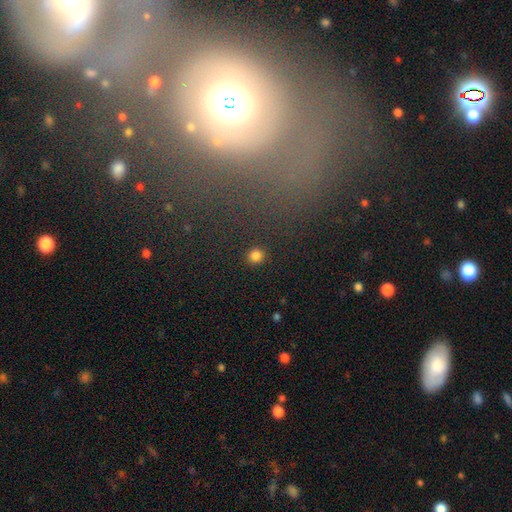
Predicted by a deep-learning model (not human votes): A smooth galaxy with no disk features (83%) that is round (87%).

Vote fractions:
- Smooth or featured? smooth: 83% / star or artifact: 13% / featured or disk: 4%
- How rounded? round: 87% / in between: 12% / cigar-shaped: 1%
- Merging? none: 91% / minor disturbance: 5% / major disturbance: 2% / merger: 1%